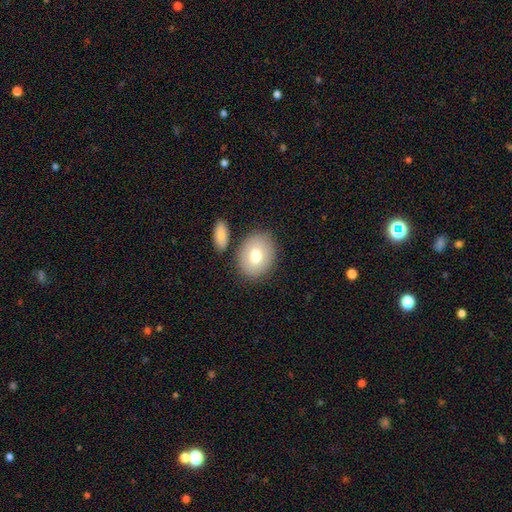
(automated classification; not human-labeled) Smooth or featured: smooth — 75% (featured or disk — 17%)
How rounded: in between — 63% (round — 36%)
Merging: none — 77% (minor disturbance — 12%)